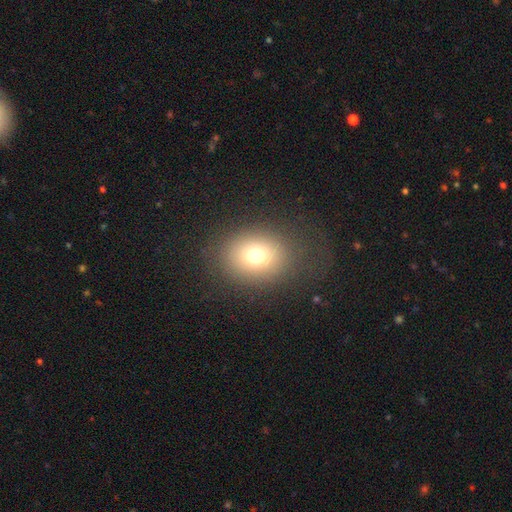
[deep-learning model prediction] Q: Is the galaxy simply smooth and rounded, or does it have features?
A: smooth — 74%.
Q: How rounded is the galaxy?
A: round — 52%.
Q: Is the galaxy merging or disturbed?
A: none — 78%.